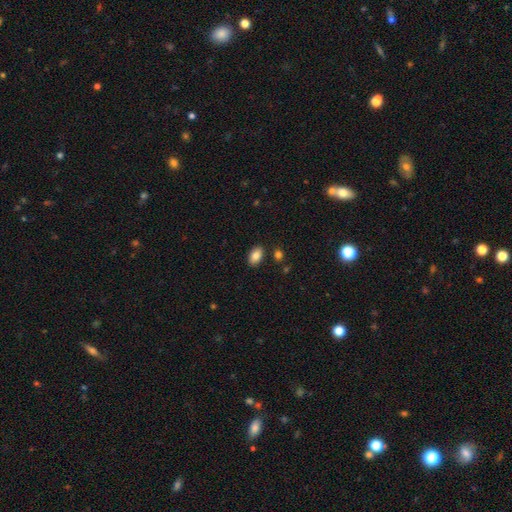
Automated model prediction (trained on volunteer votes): smooth_or_featured: smooth (p=0.85) [alt: star or artifact p=0.08]
how_rounded: in between (p=0.91) [alt: round p=0.07]
merging: none (p=0.87) [alt: minor disturbance p=0.09]